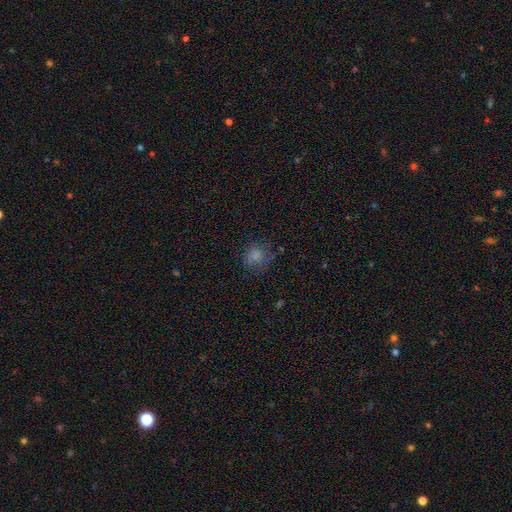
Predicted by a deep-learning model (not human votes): smooth-or-featured: smooth: 77% | star or artifact: 13% | featured or disk: 9%
  how-rounded: round: 79% | in between: 20% | cigar-shaped: 1%
  merging: none: 67% | minor disturbance: 20% | major disturbance: 11% | merger: 2%